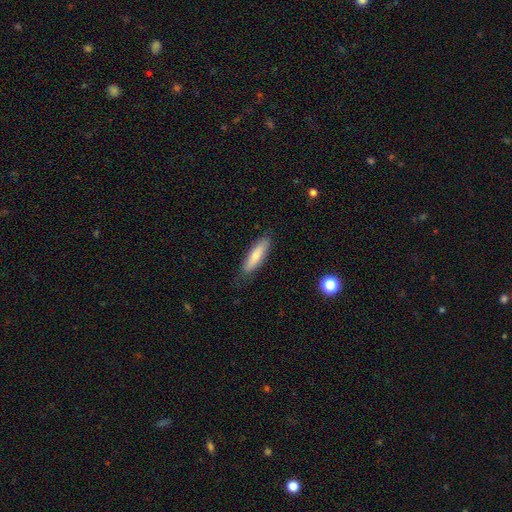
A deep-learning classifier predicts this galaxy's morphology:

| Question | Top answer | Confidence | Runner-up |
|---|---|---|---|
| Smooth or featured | smooth | 78% | featured or disk (16%) |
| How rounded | cigar-shaped | 65% | in between (34%) |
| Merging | none | 81% | minor disturbance (15%) |